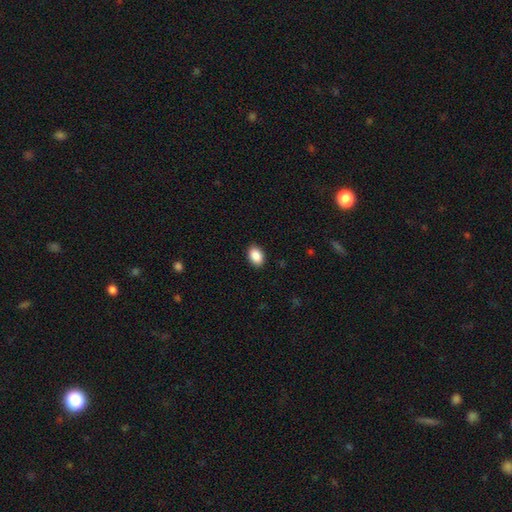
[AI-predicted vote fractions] Morphology: type=smooth (89%); roundness=in between (86%); merging=none (90%).